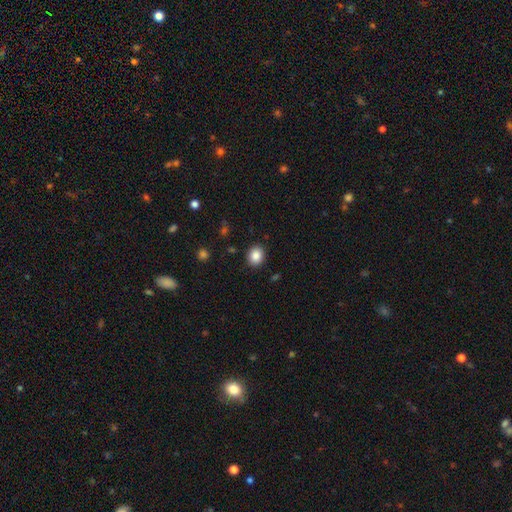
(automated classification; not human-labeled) A smooth galaxy with no disk features (87%) that is round (62%). Merging: none (89%).